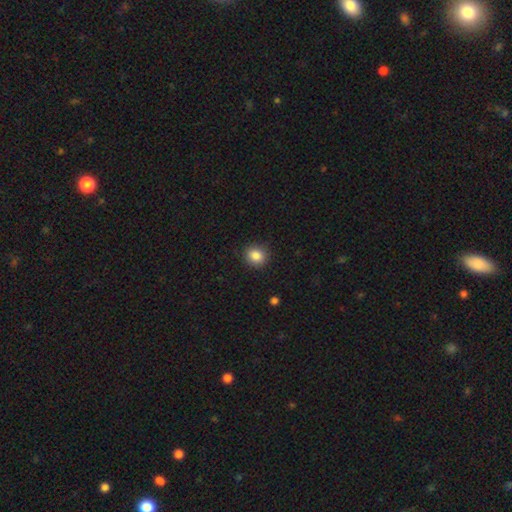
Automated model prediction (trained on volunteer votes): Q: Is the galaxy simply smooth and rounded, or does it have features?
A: smooth — 86%.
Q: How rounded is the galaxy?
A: round — 78%.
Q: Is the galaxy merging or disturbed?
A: none — 89%.